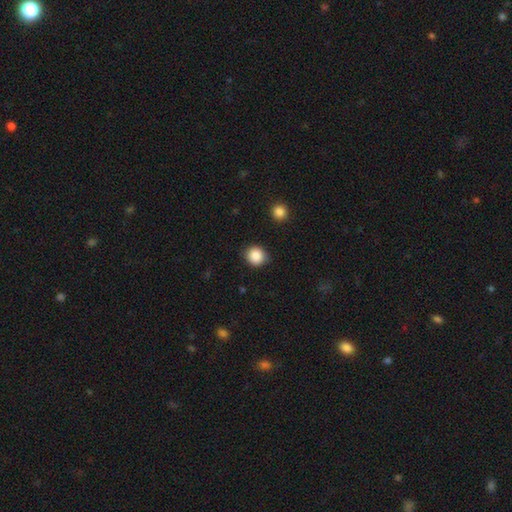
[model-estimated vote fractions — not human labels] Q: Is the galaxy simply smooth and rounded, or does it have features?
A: smooth — 88%.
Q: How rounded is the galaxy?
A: round — 87%.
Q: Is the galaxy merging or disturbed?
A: none — 87%.